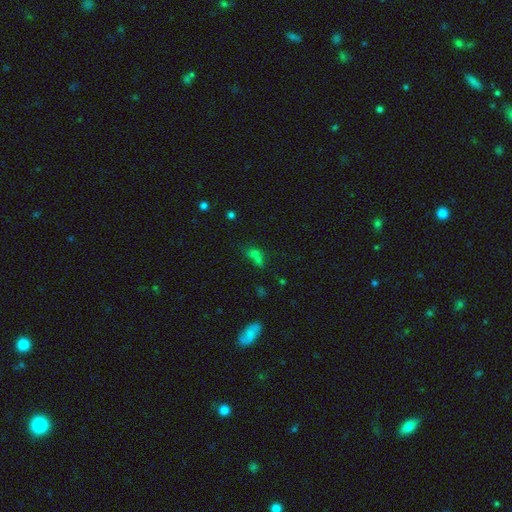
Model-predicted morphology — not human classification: smooth-or-featured: smooth: 57% | star or artifact: 29% | featured or disk: 14%
  how-rounded: round: 48% | in between: 47% | cigar-shaped: 5%
  merging: merger: 52% | none: 32% | minor disturbance: 9% | major disturbance: 7%